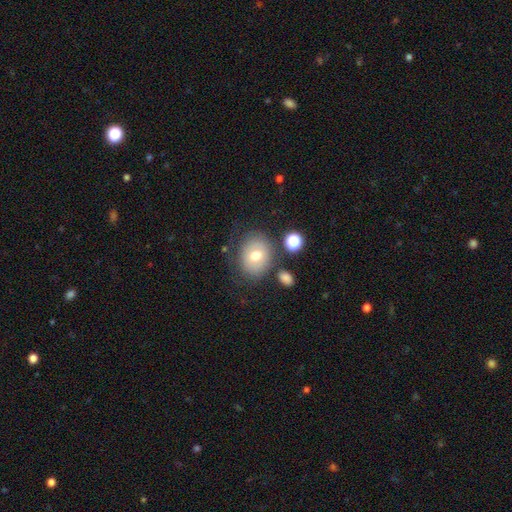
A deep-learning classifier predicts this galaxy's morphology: Overall: smooth (66%). How rounded: round (59%; in between 41%). Merging: none (71%).